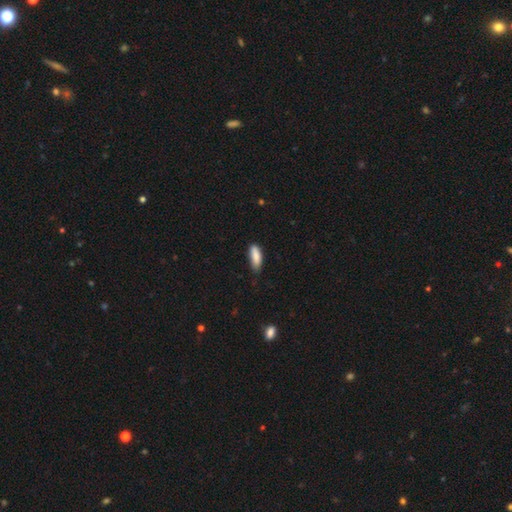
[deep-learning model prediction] Smooth or featured: smooth — 86% (featured or disk — 7%)
How rounded: in between — 61% (cigar-shaped — 37%)
Merging: none — 64% (minor disturbance — 30%)